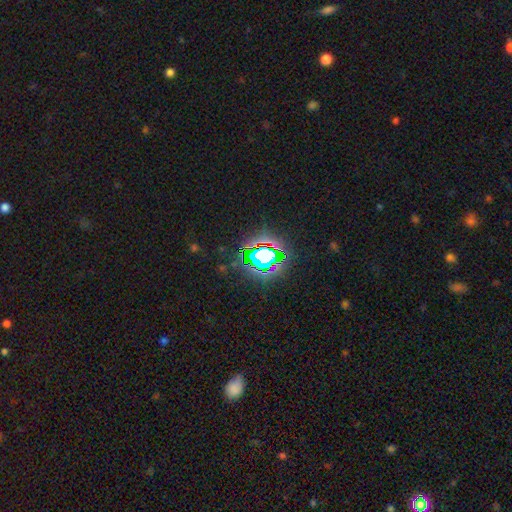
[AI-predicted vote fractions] Smooth or featured?
  - star or artifact: 77% *
  - smooth: 14%
  - featured or disk: 9%